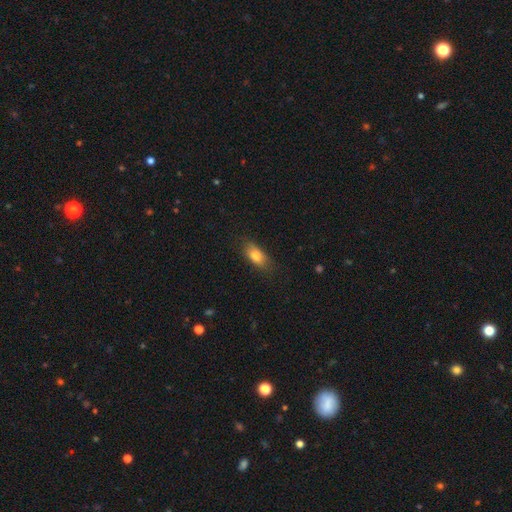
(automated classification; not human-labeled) This is clearly a smooth galaxy (80%). How rounded: clearly in between (84%). Merging: likely none (79%).